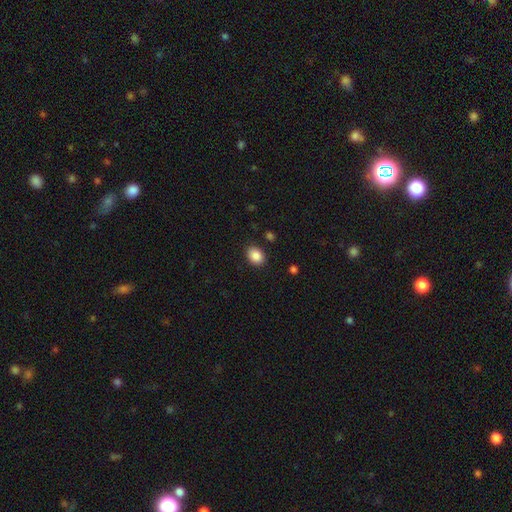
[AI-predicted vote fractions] Morphology: type=smooth (87%); roundness=in between (64%); merging=none (88%).